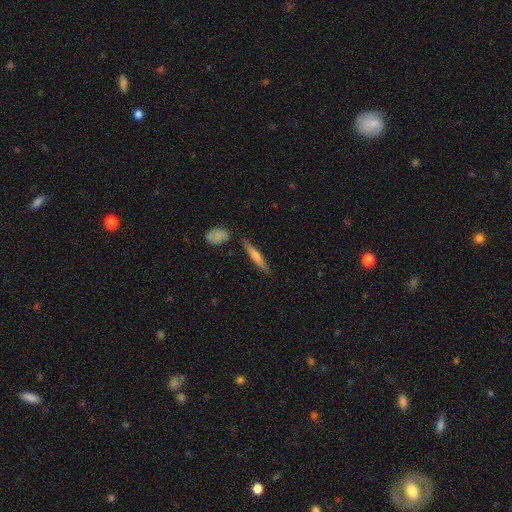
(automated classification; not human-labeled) smooth_or_featured: smooth (p=0.47) [alt: featured or disk p=0.46]
merging: none (p=0.82) [alt: minor disturbance p=0.10]